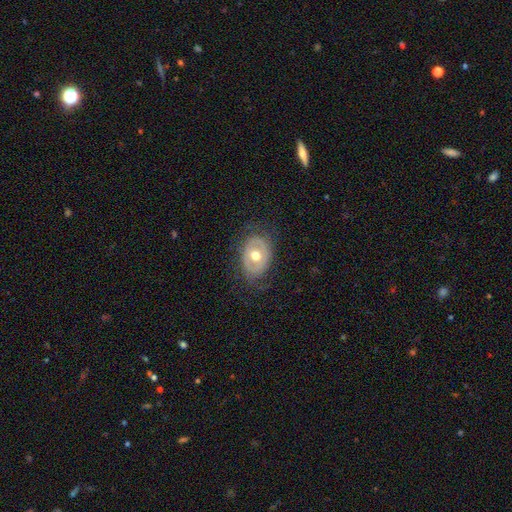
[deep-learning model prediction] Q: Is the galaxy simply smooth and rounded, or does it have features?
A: featured or disk — 55%.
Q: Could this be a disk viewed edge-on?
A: no — 93%.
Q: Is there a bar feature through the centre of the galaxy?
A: no — 80%.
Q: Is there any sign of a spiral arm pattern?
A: no — 76%.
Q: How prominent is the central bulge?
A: moderate — 80%.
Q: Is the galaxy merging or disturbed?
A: none — 73%.